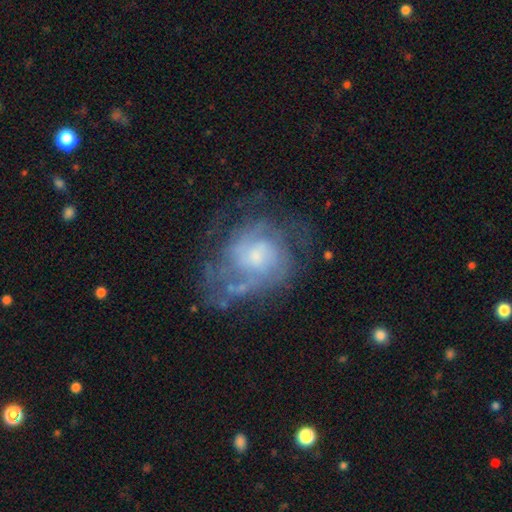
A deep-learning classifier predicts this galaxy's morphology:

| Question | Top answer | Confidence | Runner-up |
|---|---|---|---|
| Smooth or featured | featured or disk | 75% | smooth (16%) |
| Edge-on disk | no | 98% | yes (2%) |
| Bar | no | 69% | weak (27%) |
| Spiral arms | yes | 82% | no (18%) |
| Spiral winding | tight | 47% | medium (39%) |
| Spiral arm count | can't tell | 42% | 2 (25%) |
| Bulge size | small | 56% | moderate (29%) |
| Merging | none | 56% | major disturbance (21%) |